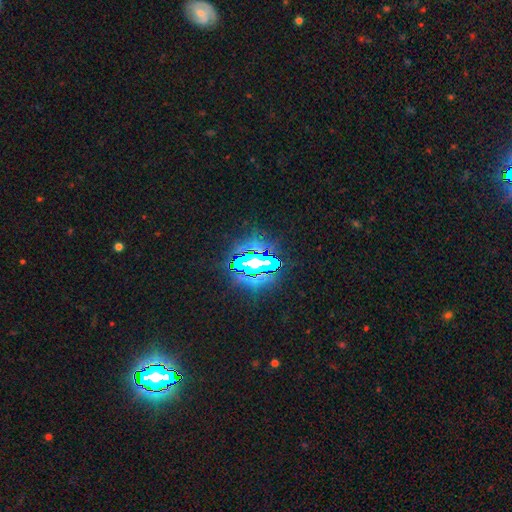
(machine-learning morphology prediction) Smooth or featured? star or artifact (79%)